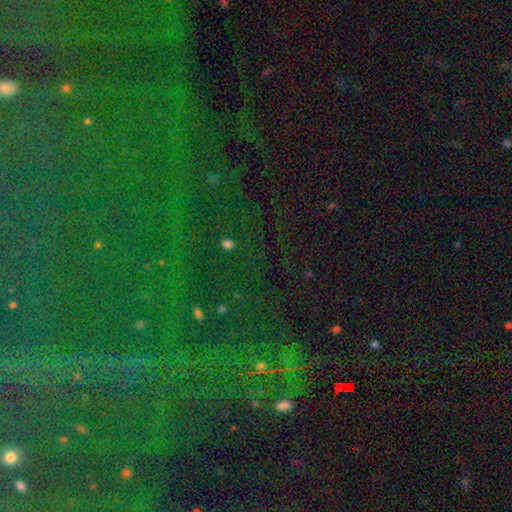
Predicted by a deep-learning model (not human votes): smooth-or-featured: star or artifact: 81% | smooth: 10% | featured or disk: 9%